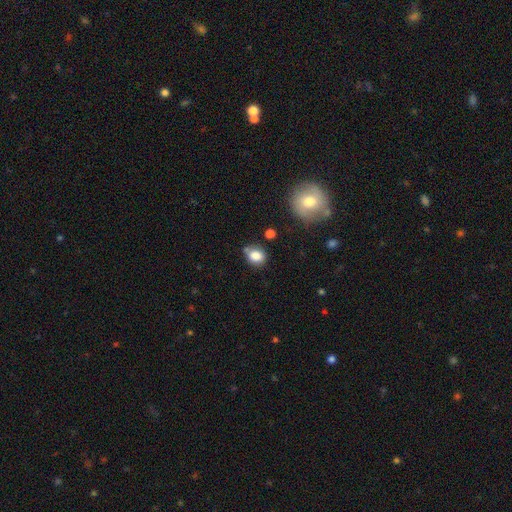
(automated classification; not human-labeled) The model was most divided on "how rounded": round: 56%, in between: 43%, cigar-shaped: 1%. More confident: smooth or featured — smooth (82%); merging — none (61%).